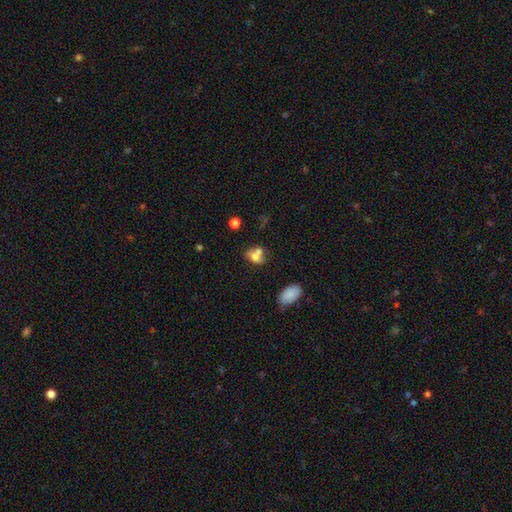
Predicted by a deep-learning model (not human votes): The model was most divided on "merging": merger: 51%, none: 32%, minor disturbance: 11%, major disturbance: 6%. More confident: smooth or featured — smooth (68%); how rounded — in between (63%).